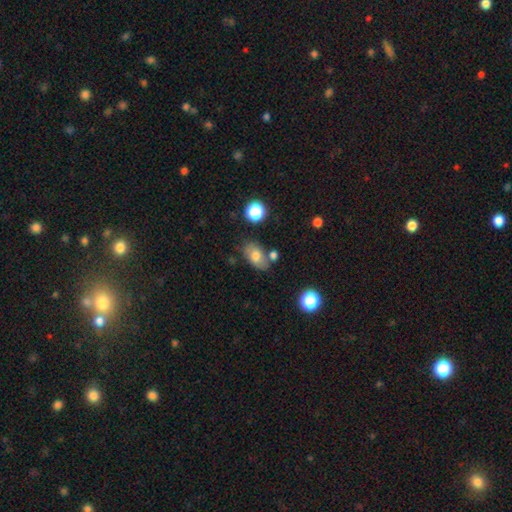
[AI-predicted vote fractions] Smooth or featured?
  - smooth: 74% *
  - featured or disk: 16%
  - star or artifact: 10%
How rounded?
  - in between: 87% *
  - round: 11%
  - cigar-shaped: 2%
Merging?
  - none: 66% *
  - minor disturbance: 17%
  - merger: 12%
  - major disturbance: 5%